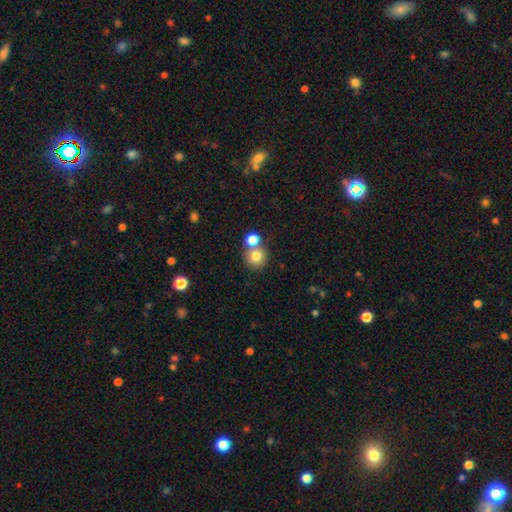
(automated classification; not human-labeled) Morphology: type=smooth (79%); roundness=round (90%); merging=none (58%).